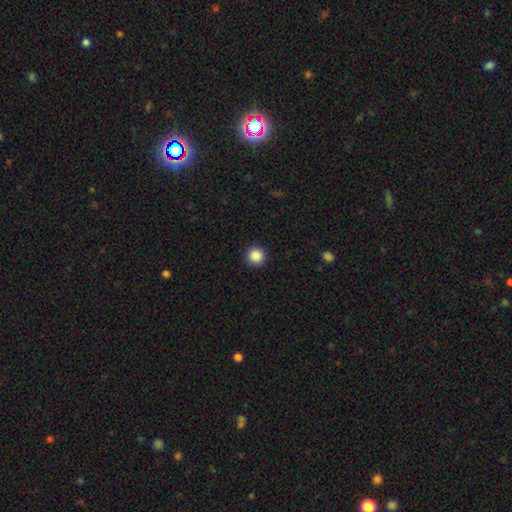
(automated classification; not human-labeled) This is clearly a smooth galaxy (88%). How rounded: clearly round (96%). Merging: clearly none (92%).